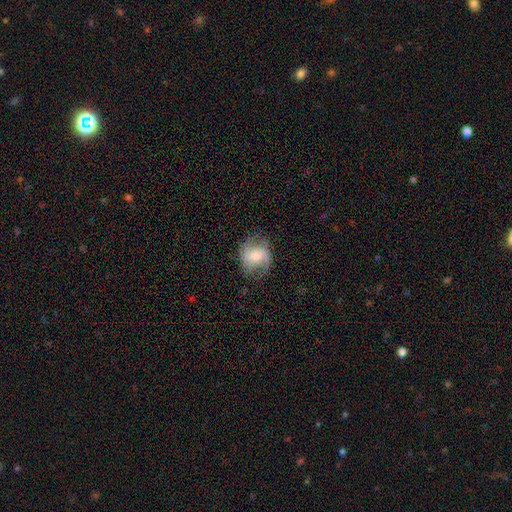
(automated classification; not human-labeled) This appears to be a featured or disk galaxy (47%). Merging: none (63%).